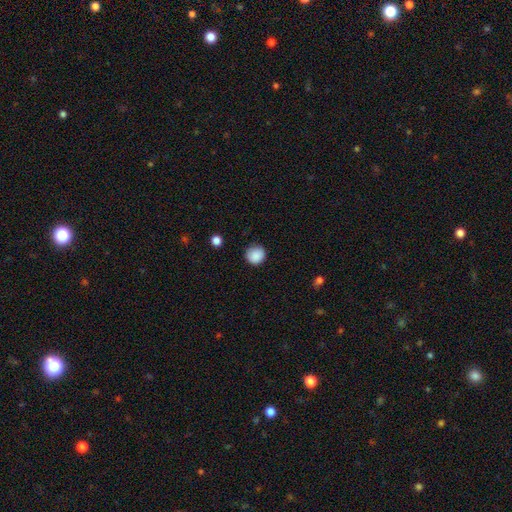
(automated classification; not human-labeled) A smooth galaxy with no disk features (88%) that is round (92%).

Vote fractions:
- Smooth or featured? smooth: 88% / star or artifact: 9% / featured or disk: 3%
- How rounded? round: 92% / in between: 7% / cigar-shaped: 1%
- Merging? none: 85% / minor disturbance: 12% / major disturbance: 3% / merger: 1%